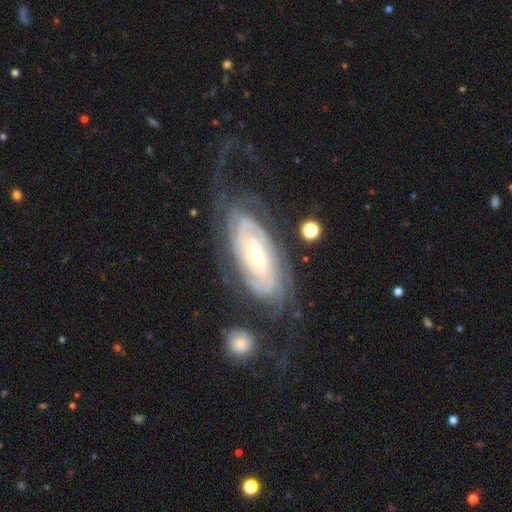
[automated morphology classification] type=featured or disk (89%); edge-on=no (93%); bar=no (58%); spiral arms=yes (97%); winding=tight (79%); arm count=can't tell (35%); bulge=small (48%); merging=none (65%).